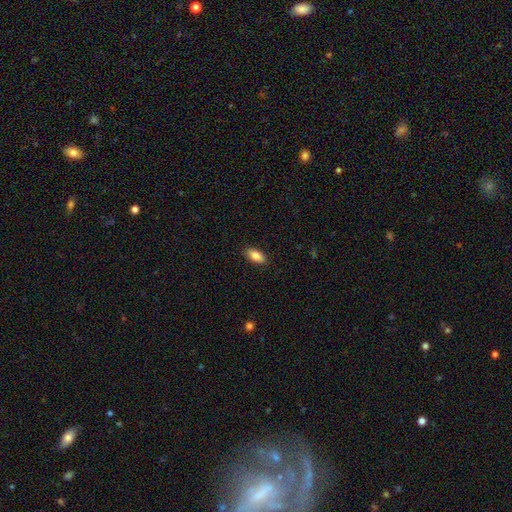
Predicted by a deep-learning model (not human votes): Q: Smooth or featured?
A: smooth (84%); runner-up: featured or disk (9%)
Q: How rounded?
A: in between (89%); runner-up: cigar-shaped (8%)
Q: Merging?
A: none (89%); runner-up: minor disturbance (8%)